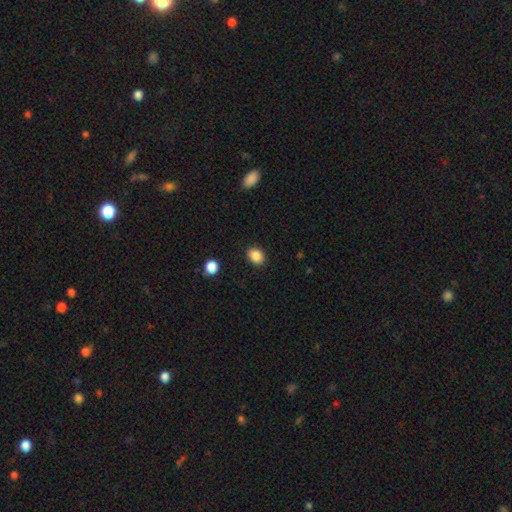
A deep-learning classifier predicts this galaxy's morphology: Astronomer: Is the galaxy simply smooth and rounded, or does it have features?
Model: smooth — 87%.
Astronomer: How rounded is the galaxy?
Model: in between — 57% (runner-up: round, 42%).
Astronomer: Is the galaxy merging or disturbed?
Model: none — 89%.